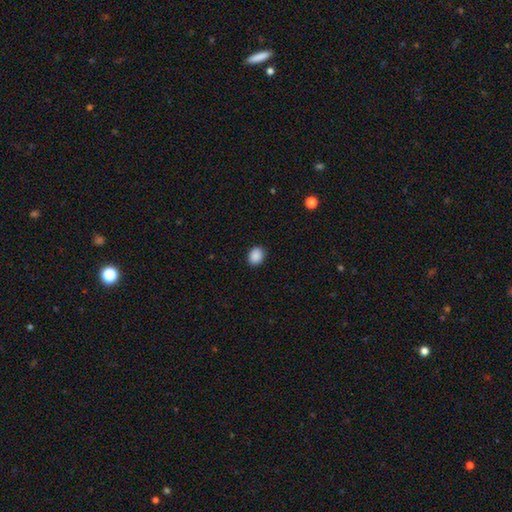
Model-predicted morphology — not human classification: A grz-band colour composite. It shows a smooth galaxy with no disk features (89%) that is in between round and cigar-shaped (51%). Merging: none (90%).